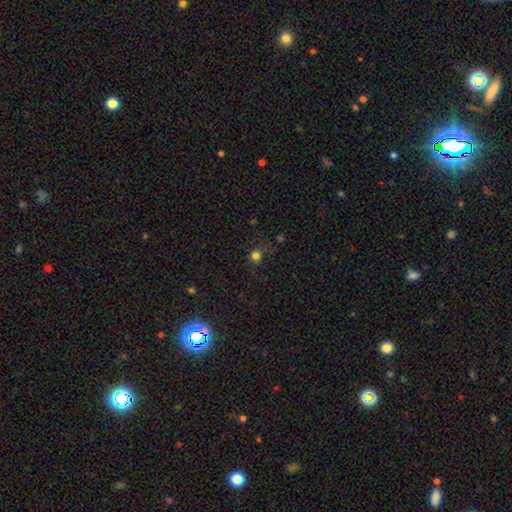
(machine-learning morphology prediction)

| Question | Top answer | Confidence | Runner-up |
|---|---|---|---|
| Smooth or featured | smooth | 71% | star or artifact (24%) |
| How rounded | round | 88% | in between (11%) |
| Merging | none | 78% | minor disturbance (13%) |